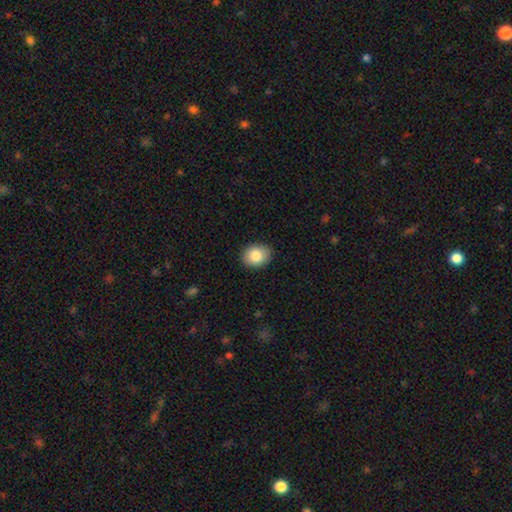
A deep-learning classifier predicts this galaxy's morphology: Smooth or featured?
  - smooth: 83% *
  - featured or disk: 9%
  - star or artifact: 8%
How rounded?
  - round: 51% *
  - in between: 48%
  - cigar-shaped: 1%
Merging?
  - none: 89% *
  - minor disturbance: 9%
  - major disturbance: 2%
  - merger: 1%